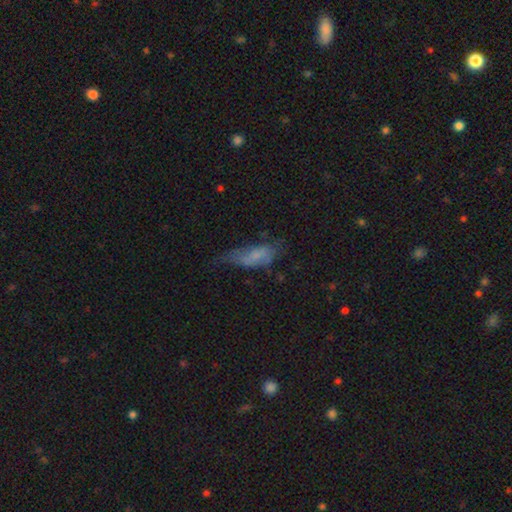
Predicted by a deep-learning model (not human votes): This is possibly a smooth galaxy (58%). How rounded: likely in between (68%). Merging: marginally none (32%, tied with minor disturbance).